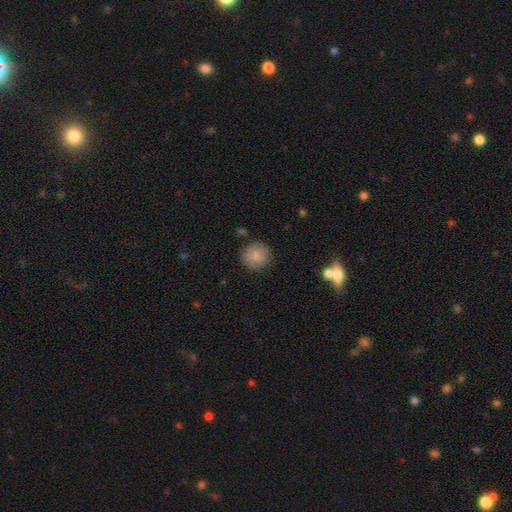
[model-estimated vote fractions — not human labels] Q: Smooth or featured?
A: smooth (84%); runner-up: featured or disk (8%)
Q: How rounded?
A: round (93%); runner-up: in between (6%)
Q: Merging?
A: none (87%); runner-up: minor disturbance (9%)